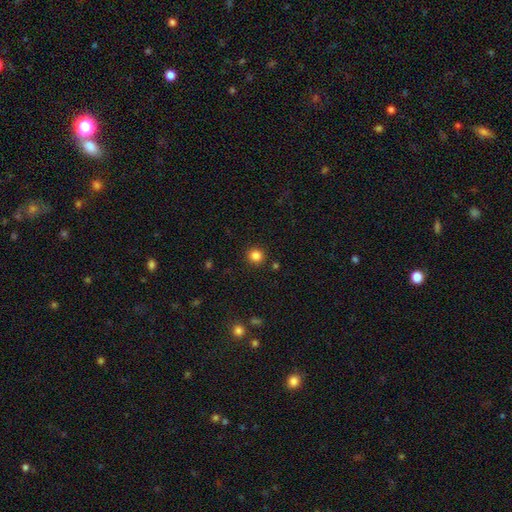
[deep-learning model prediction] This appears to be a smooth galaxy with no disk features (84%) that is round (93%). Merging: none (91%).